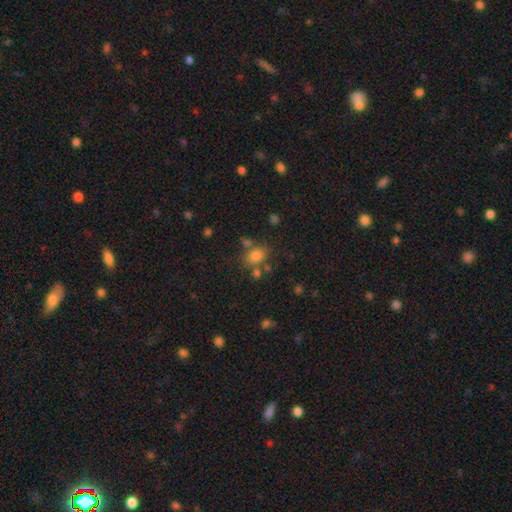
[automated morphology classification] This appears to be a smooth galaxy with no disk features (77%) that is in between round and cigar-shaped (60%). Merging: none (61%).